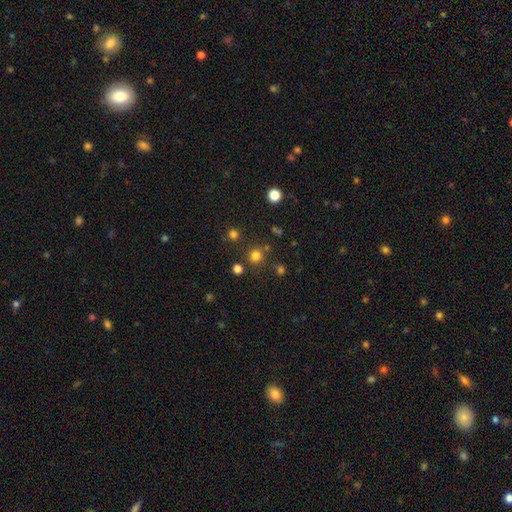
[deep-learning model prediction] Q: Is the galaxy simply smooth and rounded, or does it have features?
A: smooth — 75%.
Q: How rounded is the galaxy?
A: round — 93%.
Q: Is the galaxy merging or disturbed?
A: none — 81%.